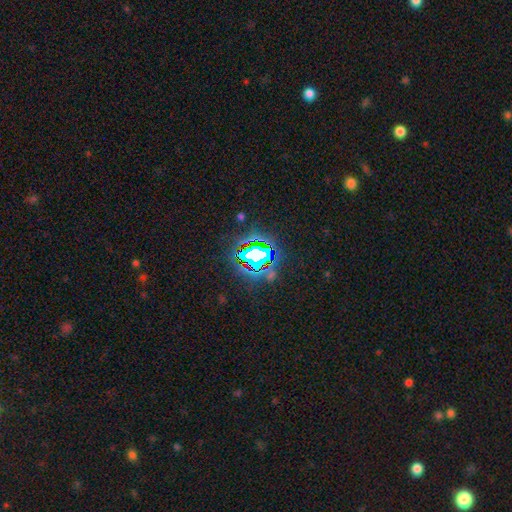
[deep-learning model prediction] Morphology: type=star or artifact (71%).